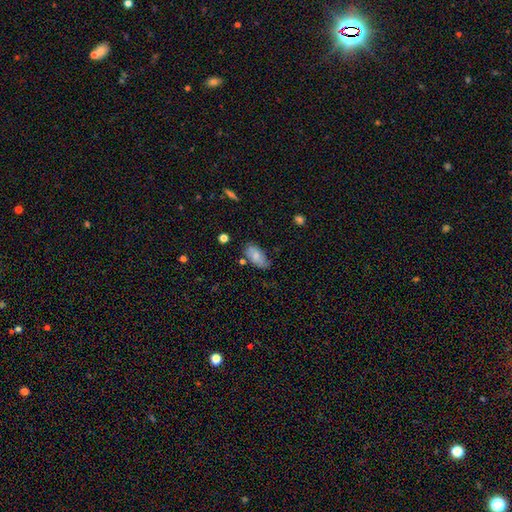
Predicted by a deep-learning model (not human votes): smooth_or_featured: smooth (p=0.73) [alt: featured or disk p=0.19]
how_rounded: in between (p=0.93) [alt: cigar-shaped p=0.04]
merging: none (p=0.58) [alt: minor disturbance p=0.31]